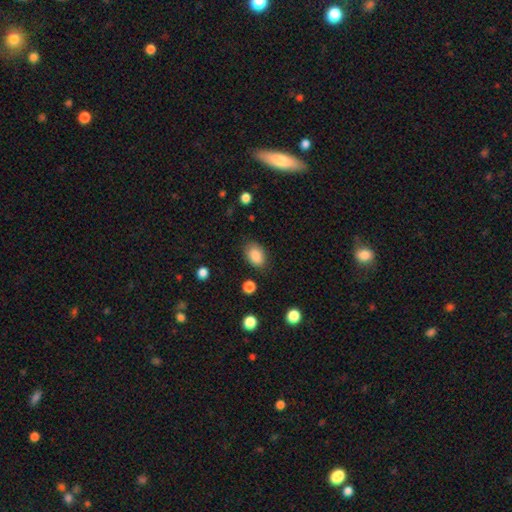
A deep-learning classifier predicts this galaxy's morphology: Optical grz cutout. It shows a smooth galaxy with no disk features (88%) that is in between round and cigar-shaped (81%). Merging: none (79%).